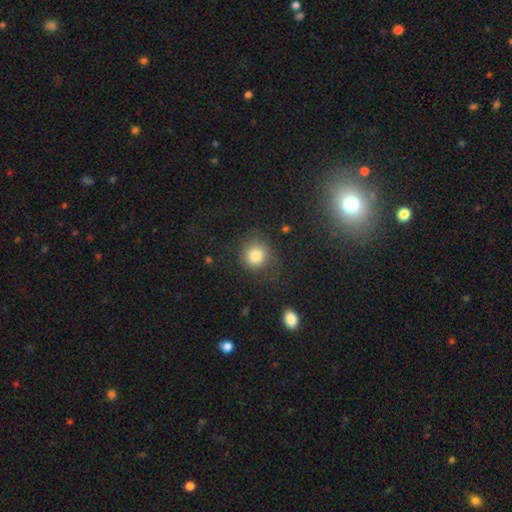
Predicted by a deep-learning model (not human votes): A smooth galaxy with no disk features (81%) that is round (88%). Merging: none (73%).